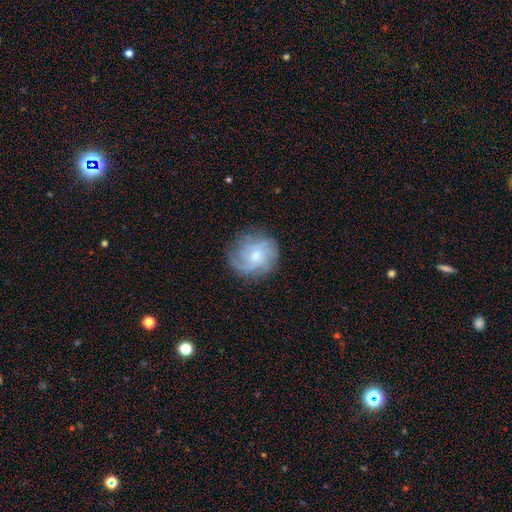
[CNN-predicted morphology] Q: Smooth or featured?
A: featured or disk (63%); runner-up: smooth (29%)
Q: Edge-on disk?
A: no (97%); runner-up: yes (3%)
Q: Bar?
A: no (74%); runner-up: weak (23%)
Q: Spiral arms?
A: yes (85%); runner-up: no (15%)
Q: Spiral winding?
A: tight (50%); runner-up: medium (34%)
Q: Spiral arm count?
A: can't tell (47%); runner-up: 3 (15%)
Q: Bulge size?
A: moderate (56%); runner-up: small (34%)
Q: Merging?
A: none (73%); runner-up: minor disturbance (17%)